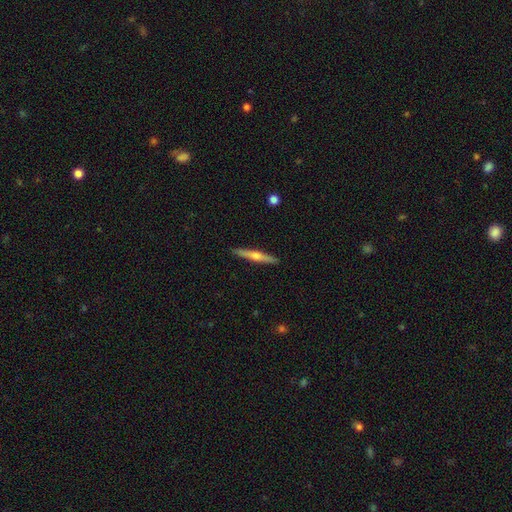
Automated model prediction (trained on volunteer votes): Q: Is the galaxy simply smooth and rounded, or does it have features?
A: featured or disk — 61%.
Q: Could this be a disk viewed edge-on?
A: yes — 97%.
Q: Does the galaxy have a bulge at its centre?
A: rounded — 87%.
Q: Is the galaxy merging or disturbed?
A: none — 92%.